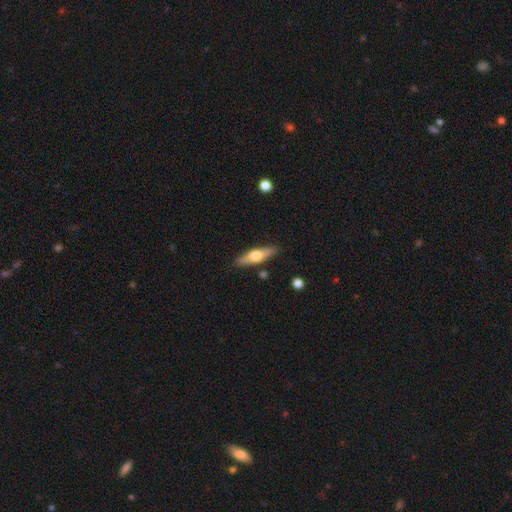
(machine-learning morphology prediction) This is possibly a featured or disk galaxy (50%). Merging: clearly none (87%).